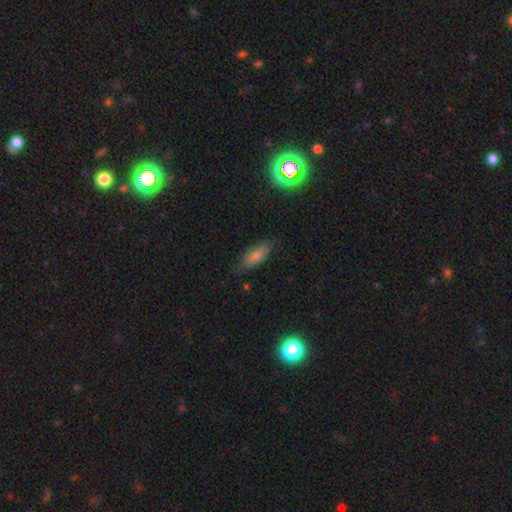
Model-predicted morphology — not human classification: smooth-or-featured: smooth: 68% | featured or disk: 24% | star or artifact: 7%
  how-rounded: in between: 80% | cigar-shaped: 18% | round: 2%
  merging: none: 62% | minor disturbance: 28% | major disturbance: 8% | merger: 2%